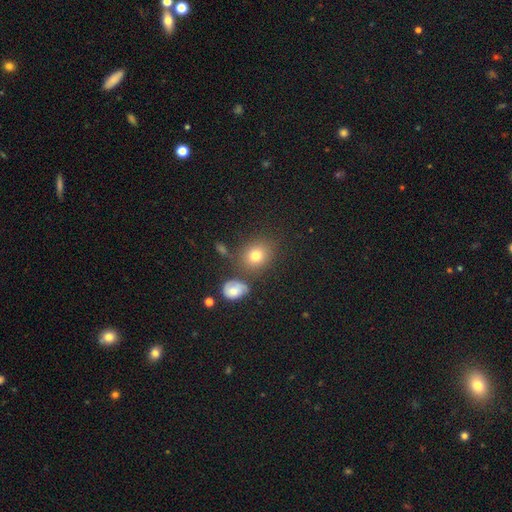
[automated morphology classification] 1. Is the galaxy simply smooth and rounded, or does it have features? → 77% smooth, 13% star or artifact, 11% featured or disk.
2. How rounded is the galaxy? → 68% round, 31% in between, 1% cigar-shaped.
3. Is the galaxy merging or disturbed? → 72% none, 13% minor disturbance, 10% merger, 5% major disturbance.